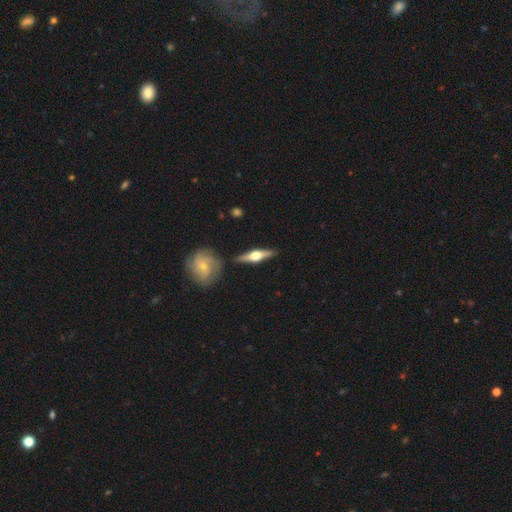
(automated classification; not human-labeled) featured or disk 71%, smooth 24%, star or artifact 5%. Down the decision tree: edge-on disk — yes (94%); edge-on bulge — rounded (95%); merging — none (84%).